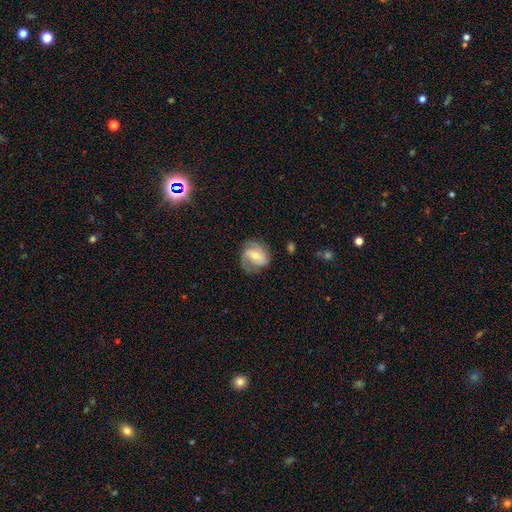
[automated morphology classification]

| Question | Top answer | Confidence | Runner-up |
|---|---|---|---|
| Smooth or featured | featured or disk | 77% | smooth (17%) |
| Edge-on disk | no | 97% | yes (3%) |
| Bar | weak | 44% | strong (28%) |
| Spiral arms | yes | 94% | no (6%) |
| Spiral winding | medium | 46% | tight (37%) |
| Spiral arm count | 2 | 67% | 3 (11%) |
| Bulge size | moderate | 47% | small (46%) |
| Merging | none | 69% | minor disturbance (19%) |